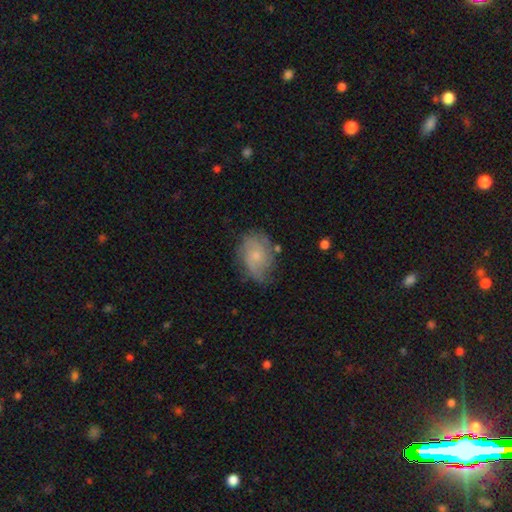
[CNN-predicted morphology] A smooth galaxy with no disk features (47%). Merging: none (57%).